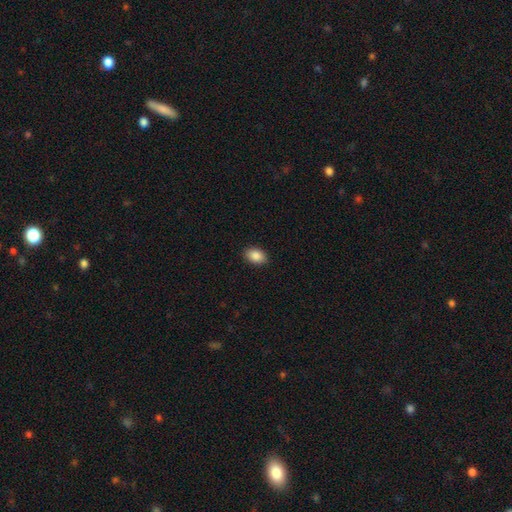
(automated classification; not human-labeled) Smooth or featured?
  - smooth: 88% *
  - star or artifact: 8%
  - featured or disk: 4%
How rounded?
  - in between: 86% *
  - round: 12%
  - cigar-shaped: 1%
Merging?
  - none: 89% *
  - minor disturbance: 8%
  - major disturbance: 2%
  - merger: 1%